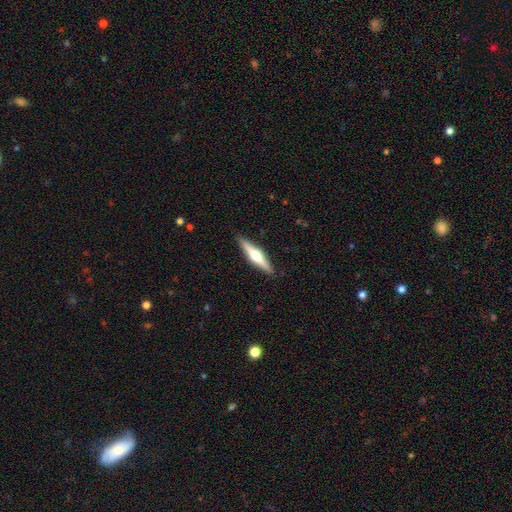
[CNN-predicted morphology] Smooth or featured: featured or disk — 64% (smooth — 31%)
Edge-on disk: yes — 97% (no — 3%)
Edge-on bulge: rounded — 94% (boxy — 3%)
Merging: none — 91% (minor disturbance — 7%)